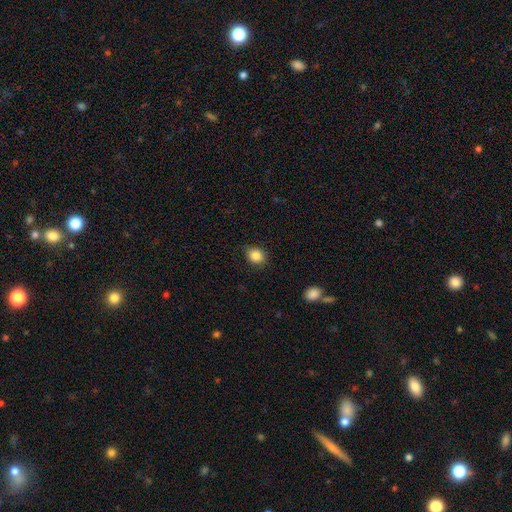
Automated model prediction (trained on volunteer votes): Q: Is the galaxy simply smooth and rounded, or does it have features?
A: smooth — 86%.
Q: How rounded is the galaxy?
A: round — 58%.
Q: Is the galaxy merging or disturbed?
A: none — 83%.